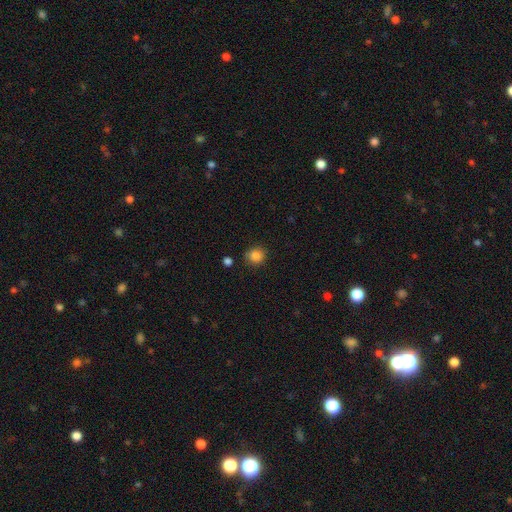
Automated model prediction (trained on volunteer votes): Morphology: type=smooth (85%); roundness=round (84%); merging=none (84%).